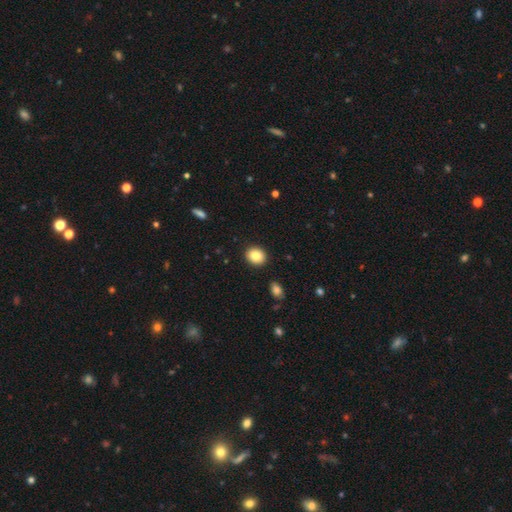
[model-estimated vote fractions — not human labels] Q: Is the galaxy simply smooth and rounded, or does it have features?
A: smooth — 85%.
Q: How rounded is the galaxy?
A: round — 68%.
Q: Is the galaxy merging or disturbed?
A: none — 91%.